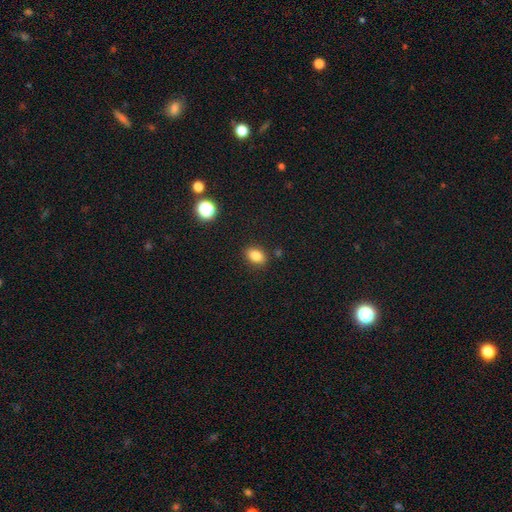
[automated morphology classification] A smooth galaxy with no disk features (83%) that is in between round and cigar-shaped (78%).

Vote fractions:
- Smooth or featured? smooth: 83% / star or artifact: 11% / featured or disk: 6%
- How rounded? in between: 78% / round: 21% / cigar-shaped: 2%
- Merging? none: 85% / minor disturbance: 9% / merger: 3% / major disturbance: 2%